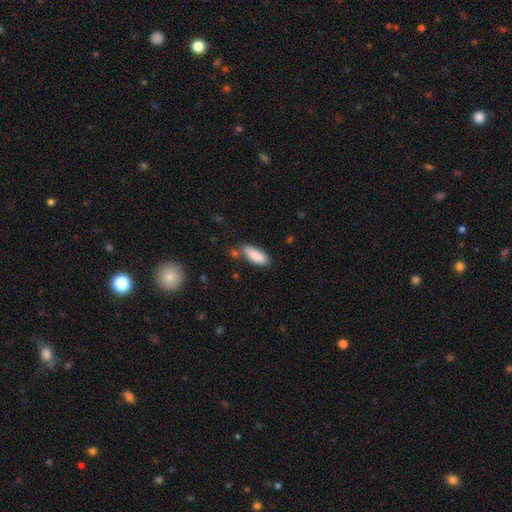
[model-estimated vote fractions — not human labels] The model was most divided on "how rounded": in between: 65%, cigar-shaped: 33%, round: 2%. More confident: smooth or featured — smooth (88%); merging — none (70%).